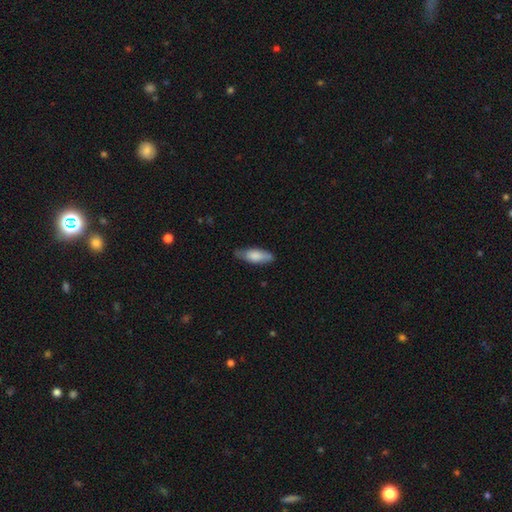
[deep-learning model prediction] The model was most divided on "how rounded": in between: 65%, cigar-shaped: 33%, round: 2%. More confident: smooth or featured — smooth (77%); merging — none (71%).